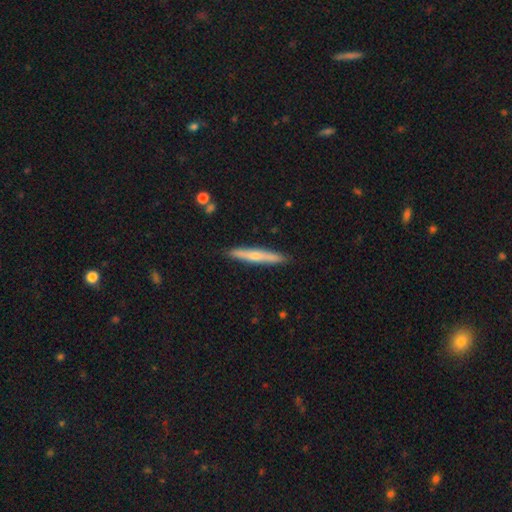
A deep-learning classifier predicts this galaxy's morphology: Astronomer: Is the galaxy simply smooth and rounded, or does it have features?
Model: smooth — 49% (runner-up: featured or disk, 45%).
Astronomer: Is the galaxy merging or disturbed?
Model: none — 90%.